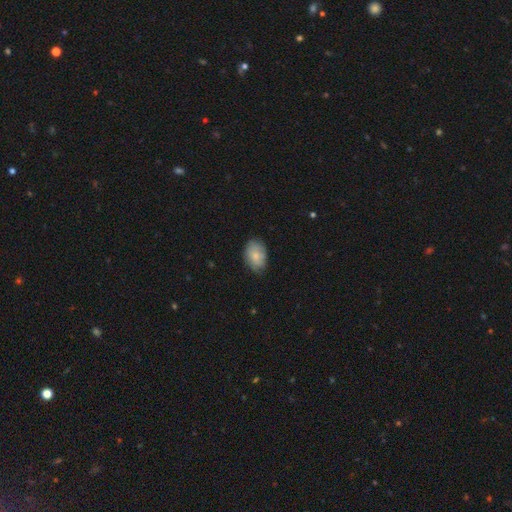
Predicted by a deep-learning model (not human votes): smooth-or-featured: smooth: 76% | featured or disk: 18% | star or artifact: 7%
  how-rounded: in between: 85% | round: 14% | cigar-shaped: 1%
  merging: none: 69% | minor disturbance: 25% | major disturbance: 5% | merger: 1%